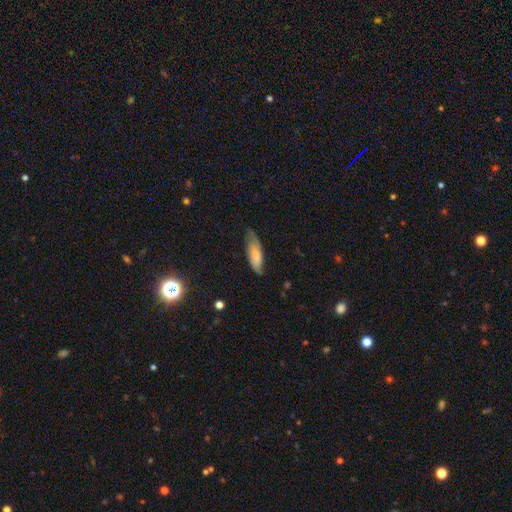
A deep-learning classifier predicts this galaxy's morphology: Smooth or featured? Predicted: smooth (p=0.72). How rounded? Predicted: in between (p=0.63). Merging? Predicted: none (p=0.52).